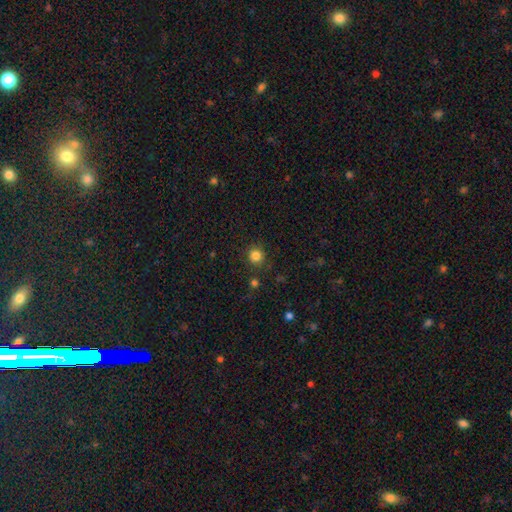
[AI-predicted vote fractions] Q: Smooth or featured?
A: smooth (83%); runner-up: star or artifact (13%)
Q: How rounded?
A: round (93%); runner-up: in between (6%)
Q: Merging?
A: none (87%); runner-up: minor disturbance (8%)